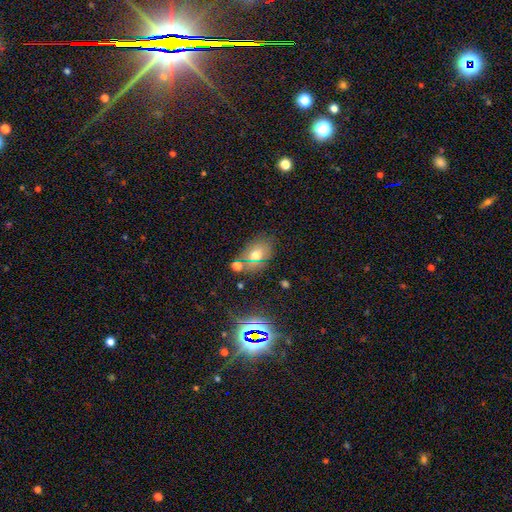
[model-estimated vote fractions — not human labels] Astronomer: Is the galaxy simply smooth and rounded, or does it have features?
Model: smooth — 65%.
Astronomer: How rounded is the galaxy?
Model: in between — 77%.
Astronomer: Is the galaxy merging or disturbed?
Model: none — 69%.